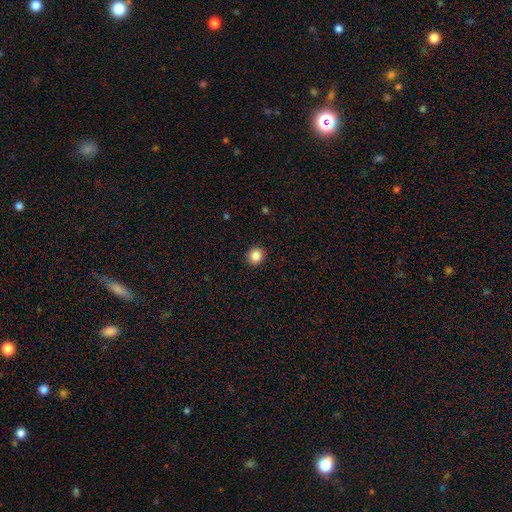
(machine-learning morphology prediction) This appears to be a smooth galaxy with no disk features (86%) that is round (88%). Merging: none (92%).